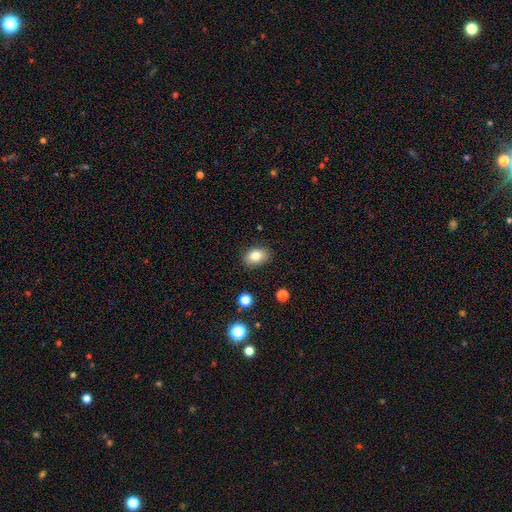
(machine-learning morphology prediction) This is clearly a smooth galaxy (82%). How rounded: likely in between (79%). Merging: clearly none (86%).